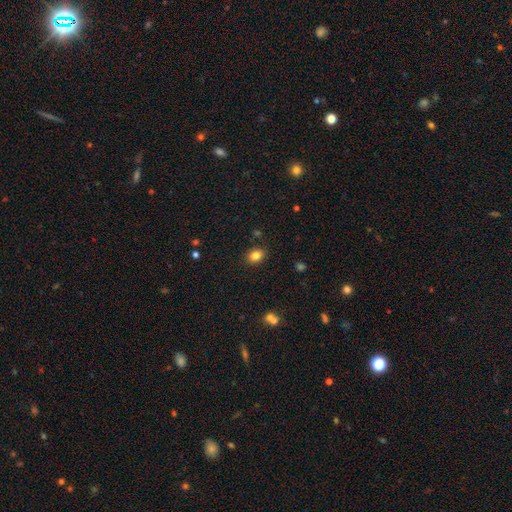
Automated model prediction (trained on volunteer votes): A smooth galaxy with no disk features (82%) that is in between round and cigar-shaped (55%). Merging: none (87%).